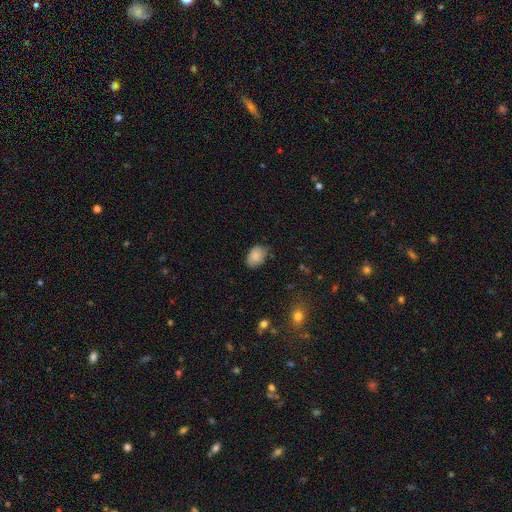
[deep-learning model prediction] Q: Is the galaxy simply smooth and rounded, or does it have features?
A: smooth — 86%.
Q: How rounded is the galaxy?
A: in between — 80%.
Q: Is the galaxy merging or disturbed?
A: none — 73%.